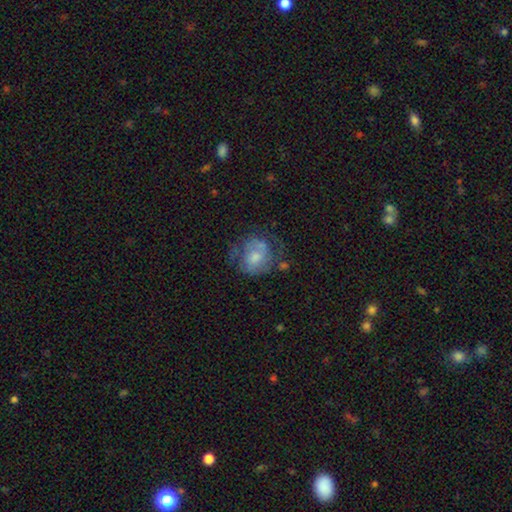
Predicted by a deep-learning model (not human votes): smooth_or_featured: featured or disk (p=0.48) [alt: smooth p=0.44]
merging: none (p=0.46) [alt: minor disturbance p=0.25]